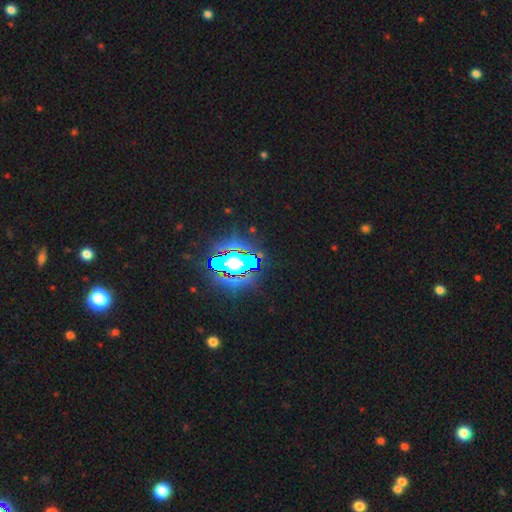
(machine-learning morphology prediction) smooth_or_featured: star or artifact (p=0.73) [alt: smooth p=0.14]